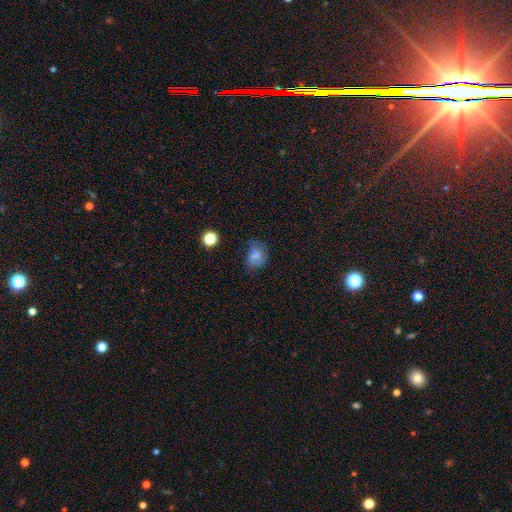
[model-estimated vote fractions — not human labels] Smooth or featured? smooth (74%)
How rounded? in between (52%)
Merging? none (46%)